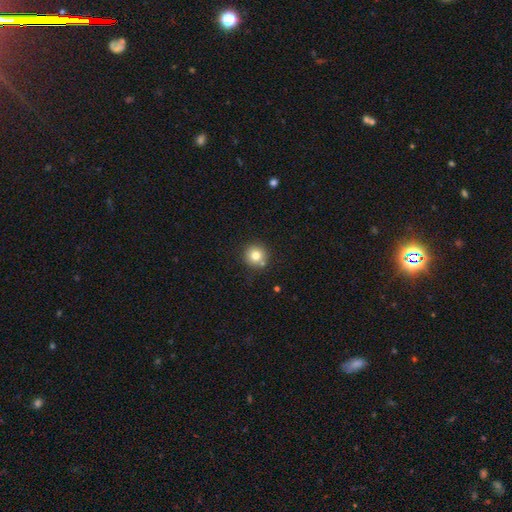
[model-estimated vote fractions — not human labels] Smooth or featured?
  - smooth: 80% *
  - star or artifact: 11%
  - featured or disk: 9%
How rounded?
  - round: 94% *
  - in between: 5%
  - cigar-shaped: 1%
Merging?
  - none: 81% *
  - minor disturbance: 9%
  - merger: 8%
  - major disturbance: 2%